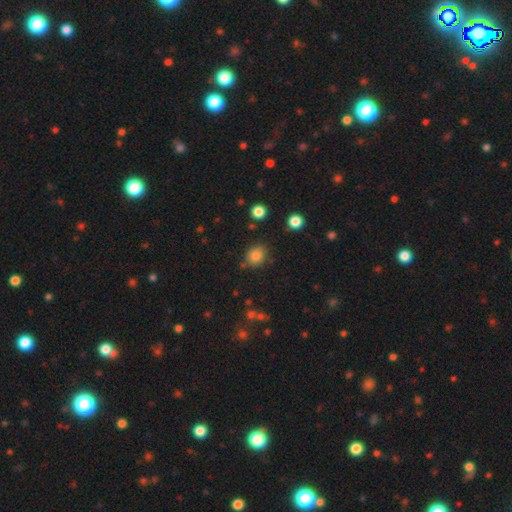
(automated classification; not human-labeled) smooth 82%, star or artifact 12%, featured or disk 6%. Down the decision tree: how rounded — round (68%); merging — none (80%).